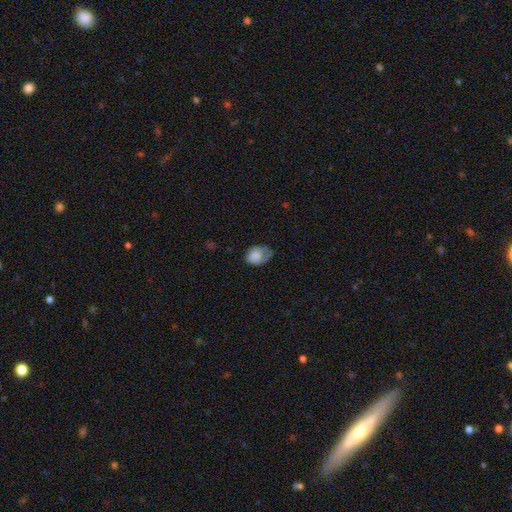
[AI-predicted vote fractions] Smooth or featured?
  - smooth: 73% *
  - featured or disk: 19%
  - star or artifact: 7%
How rounded?
  - in between: 65% *
  - round: 34%
  - cigar-shaped: 1%
Merging?
  - minor disturbance: 39% *
  - none: 37%
  - major disturbance: 23%
  - merger: 2%